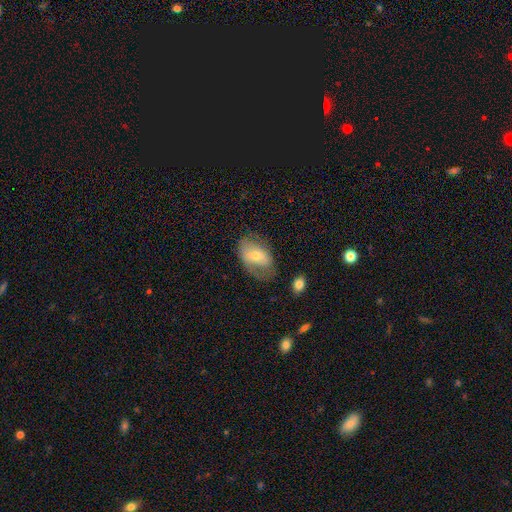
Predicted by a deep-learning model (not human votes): Morphology: type=smooth (54%); roundness=in between (88%); merging=none (53%).